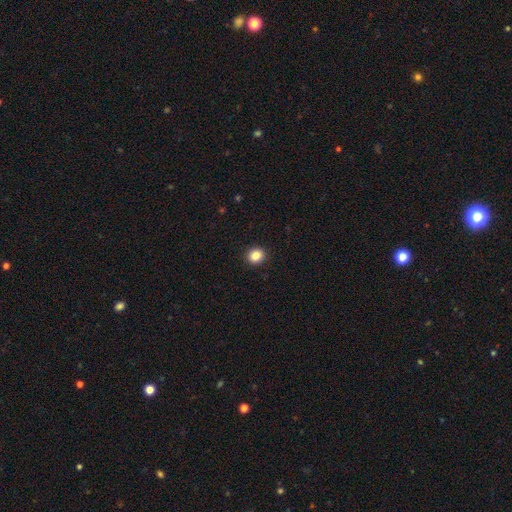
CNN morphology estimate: Smooth or featured? Predicted: smooth (p=0.85). How rounded? Predicted: round (p=0.82). Merging? Predicted: none (p=0.93).